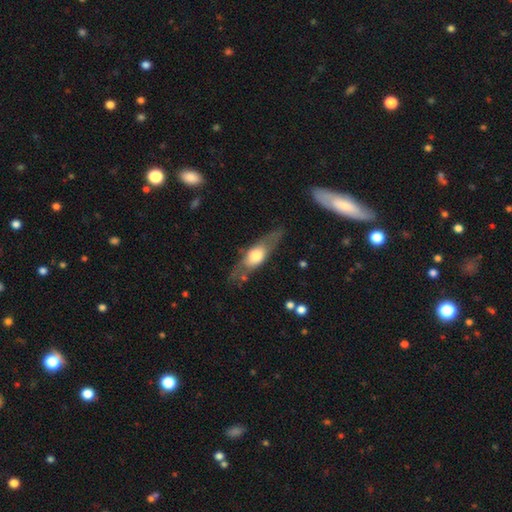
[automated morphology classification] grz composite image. It shows a featured or disk galaxy (51%) viewed edge-on (72%). Merging: none (74%).